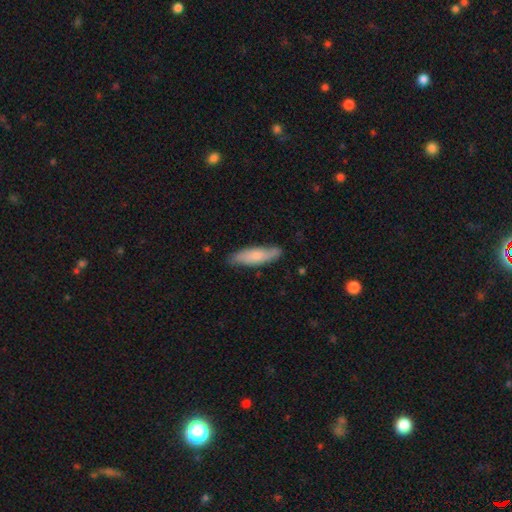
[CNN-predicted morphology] Smooth or featured? Predicted: smooth (p=0.64). How rounded? Predicted: cigar-shaped (p=0.63). Merging? Predicted: none (p=0.78).